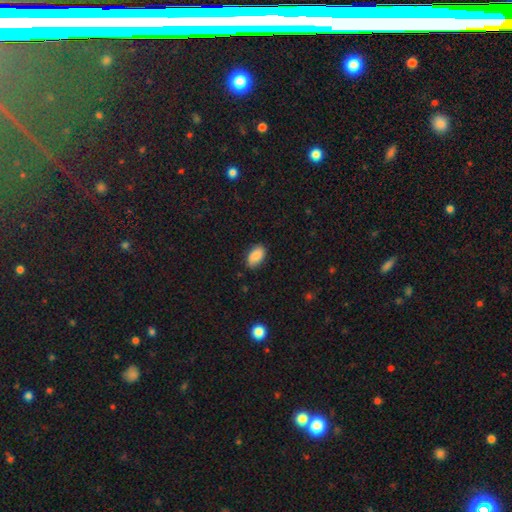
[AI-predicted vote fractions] Smooth or featured? Predicted: smooth (p=0.86). How rounded? Predicted: in between (p=0.93). Merging? Predicted: none (p=0.82).